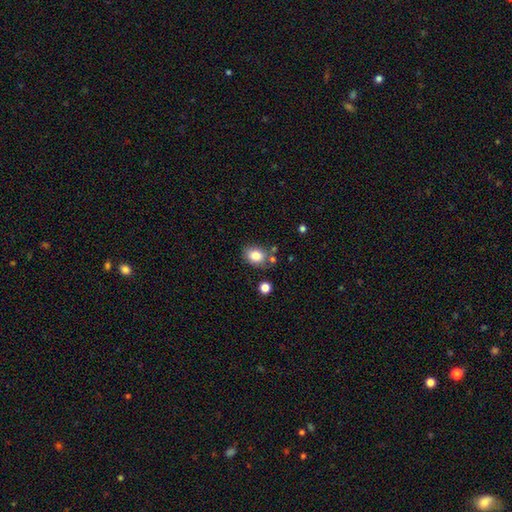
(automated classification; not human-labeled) Morphology: type=smooth (83%); roundness=in between (61%); merging=none (71%).